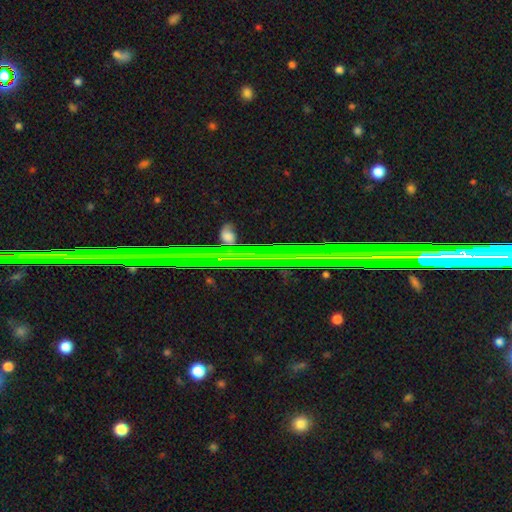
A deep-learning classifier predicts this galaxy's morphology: This appears to be a star or artifact, not a galaxy (70%).